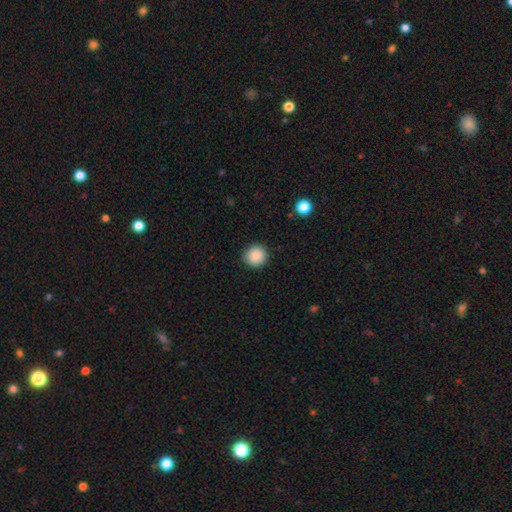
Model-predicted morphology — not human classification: type=smooth (88%); roundness=round (90%); merging=none (90%).